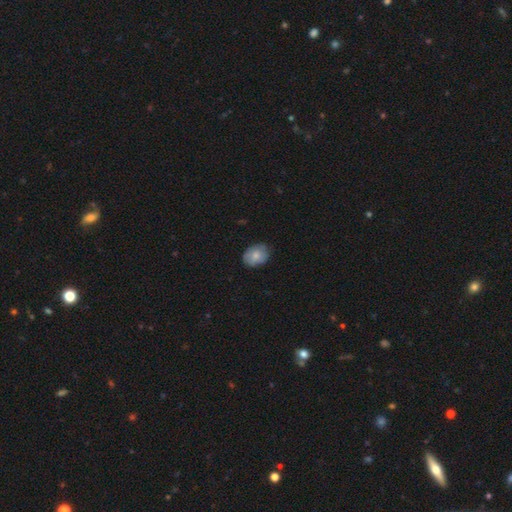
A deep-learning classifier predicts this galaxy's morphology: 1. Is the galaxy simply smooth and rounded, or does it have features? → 76% smooth, 17% featured or disk, 7% star or artifact.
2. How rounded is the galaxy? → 64% in between, 35% round, 1% cigar-shaped.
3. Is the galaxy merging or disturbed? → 76% none, 20% minor disturbance, 3% major disturbance, 1% merger.